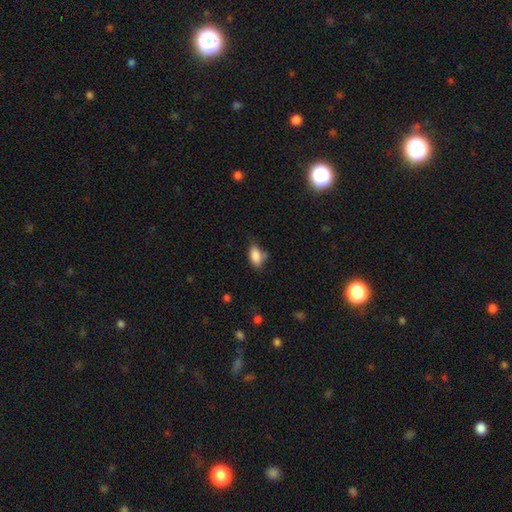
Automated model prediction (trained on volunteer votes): Smooth or featured? Predicted: smooth (p=0.85). How rounded? Predicted: in between (p=0.90). Merging? Predicted: none (p=0.57).